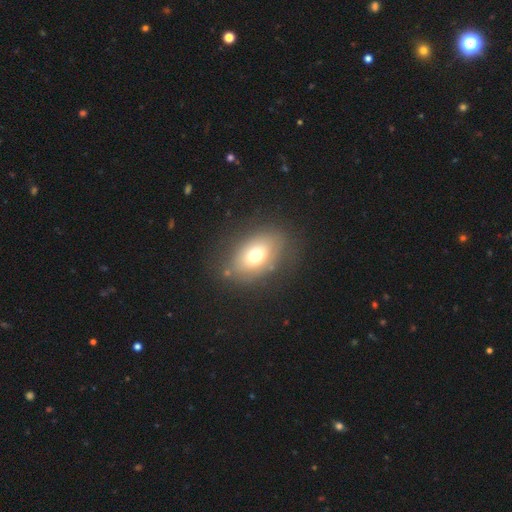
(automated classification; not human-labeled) Smooth or featured: smooth — 67% (featured or disk — 23%)
How rounded: in between — 83% (round — 15%)
Merging: none — 75% (minor disturbance — 15%)